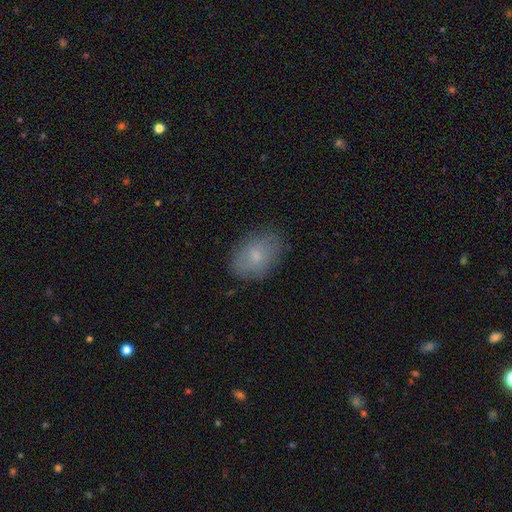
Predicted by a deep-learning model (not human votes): smooth-or-featured: smooth: 73% | featured or disk: 19% | star or artifact: 8%
  how-rounded: in between: 82% | round: 17% | cigar-shaped: 1%
  merging: none: 79% | minor disturbance: 16% | major disturbance: 4% | merger: 1%